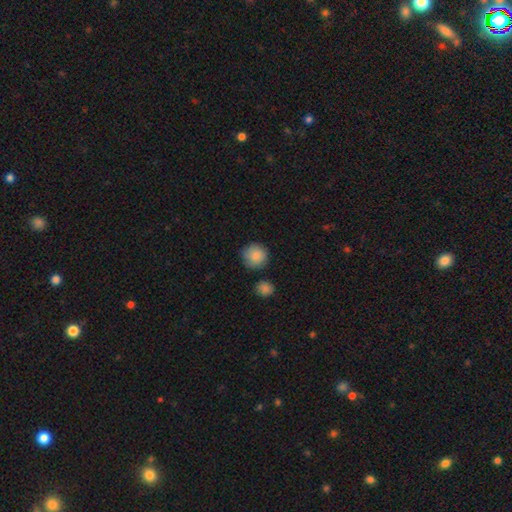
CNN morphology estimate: smooth_or_featured: smooth (p=0.87) [alt: star or artifact p=0.07]
how_rounded: round (p=0.92) [alt: in between p=0.07]
merging: none (p=0.81) [alt: minor disturbance p=0.12]